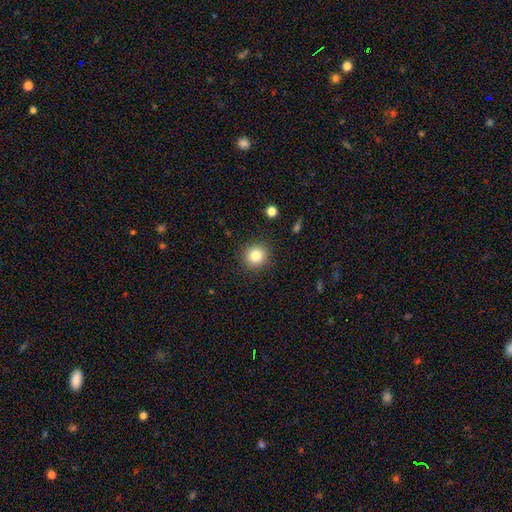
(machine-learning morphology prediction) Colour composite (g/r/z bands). It shows a smooth galaxy with no disk features (82%) that is round (92%). Merging: none (90%).